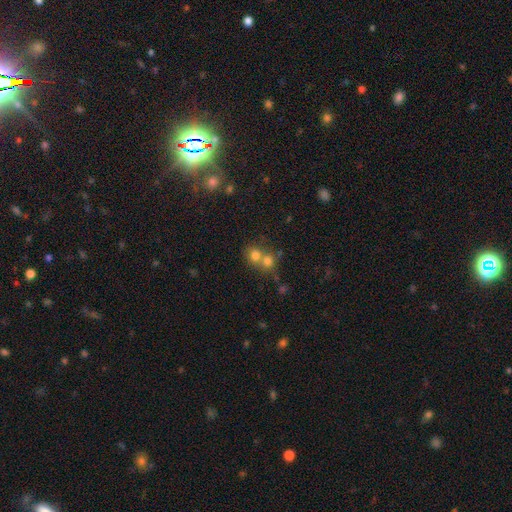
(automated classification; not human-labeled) smooth_or_featured: smooth (p=0.73) [alt: star or artifact p=0.14]
how_rounded: round (p=0.75) [alt: in between p=0.24]
merging: merger (p=0.58) [alt: none p=0.34]